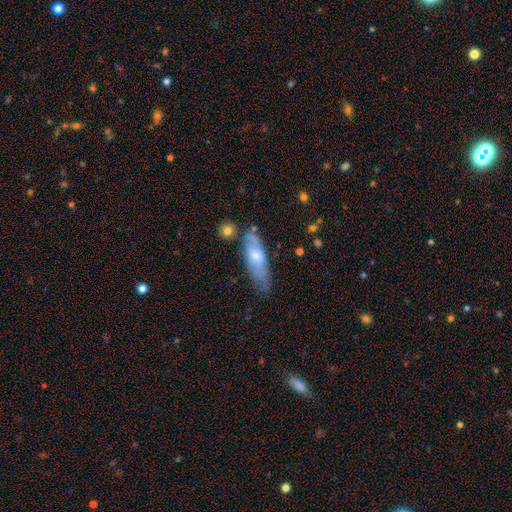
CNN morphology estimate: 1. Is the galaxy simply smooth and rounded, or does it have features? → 53% smooth, 41% featured or disk, 7% star or artifact.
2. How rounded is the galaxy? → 49% in between (tied), 49% cigar-shaped (tied), 2% round.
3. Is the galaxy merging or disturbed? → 59% none, 27% minor disturbance, 7% major disturbance, 7% merger.